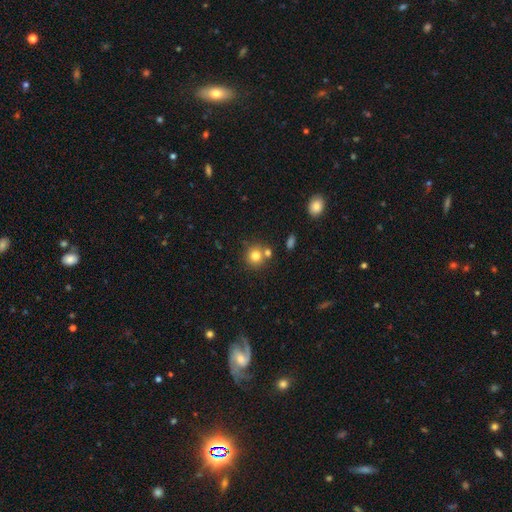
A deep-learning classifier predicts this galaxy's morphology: Smooth or featured? Predicted: smooth (p=0.79). How rounded? Predicted: round (p=0.89). Merging? Predicted: none (p=0.66).